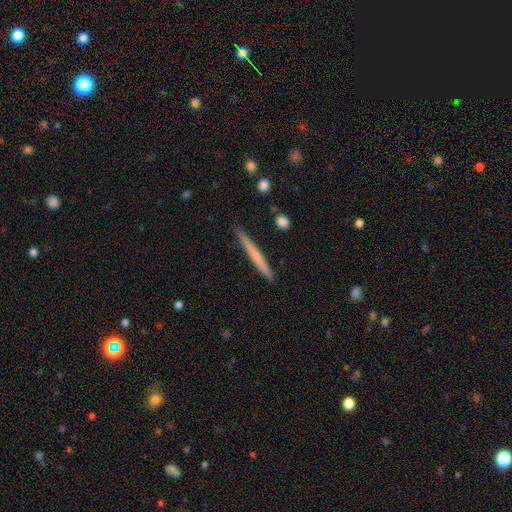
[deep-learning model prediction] This appears to be a smooth galaxy with no disk features (59%) that is cigar-shaped (97%). Merging: none (91%).